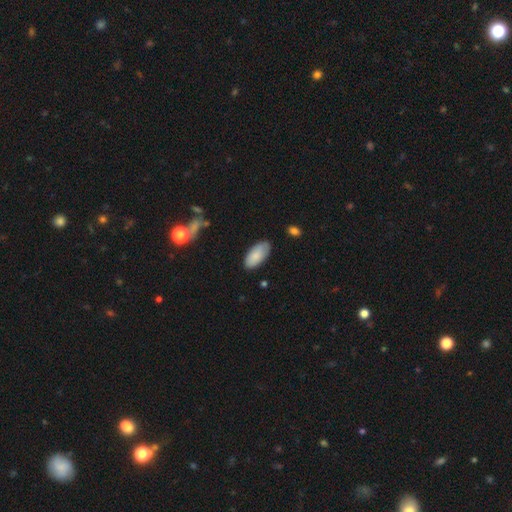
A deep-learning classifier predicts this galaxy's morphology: Smooth or featured? Predicted: smooth (p=0.85). How rounded? Predicted: in between (p=0.93). Merging? Predicted: none (p=0.78).